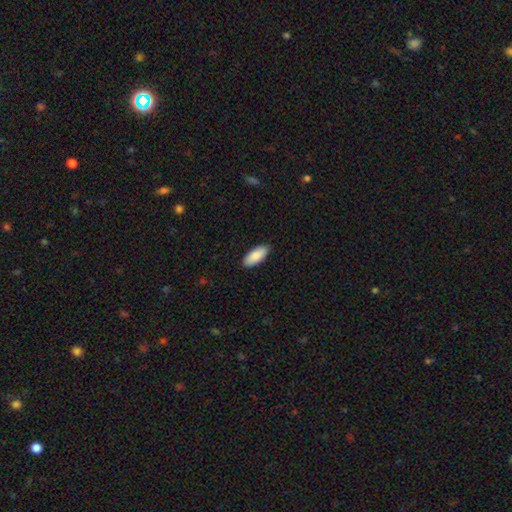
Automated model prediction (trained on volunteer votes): This is clearly a smooth galaxy (90%). How rounded: clearly in between (87%). Merging: clearly none (90%).